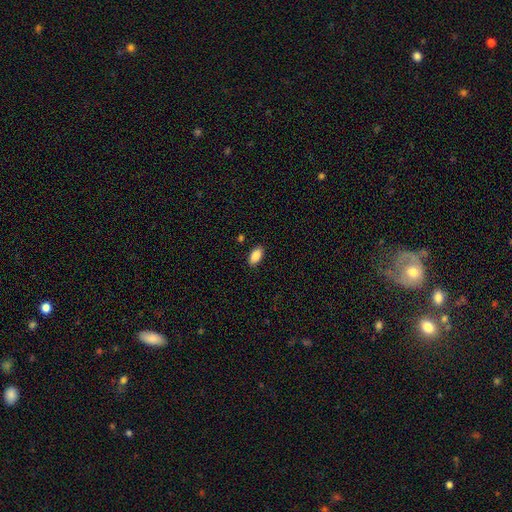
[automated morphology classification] A smooth galaxy with no disk features (88%) that is in between round and cigar-shaped (92%).

Vote fractions:
- Smooth or featured? smooth: 88% / star or artifact: 7% / featured or disk: 5%
- How rounded? in between: 92% / cigar-shaped: 5% / round: 3%
- Merging? none: 87% / minor disturbance: 9% / major disturbance: 2% / merger: 1%